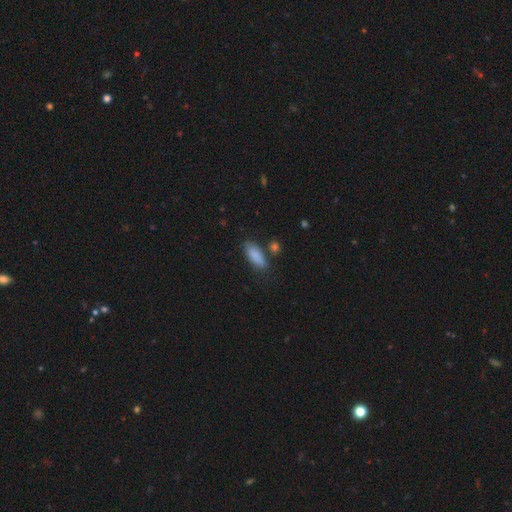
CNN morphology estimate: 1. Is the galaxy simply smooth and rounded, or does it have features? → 87% smooth, 6% star or artifact, 6% featured or disk.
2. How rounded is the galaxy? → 76% in between, 22% cigar-shaped, 2% round.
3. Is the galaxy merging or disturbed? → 75% none, 15% minor disturbance, 6% merger, 4% major disturbance.